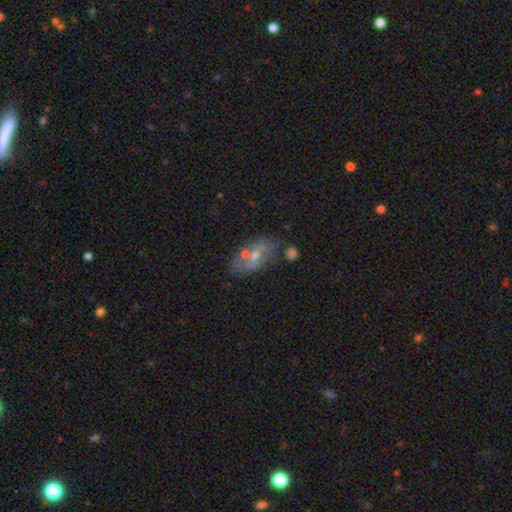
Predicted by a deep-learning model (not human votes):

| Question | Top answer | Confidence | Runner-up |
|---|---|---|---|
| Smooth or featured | featured or disk | 50% | smooth (31%) |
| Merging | none | 63% | minor disturbance (18%) |